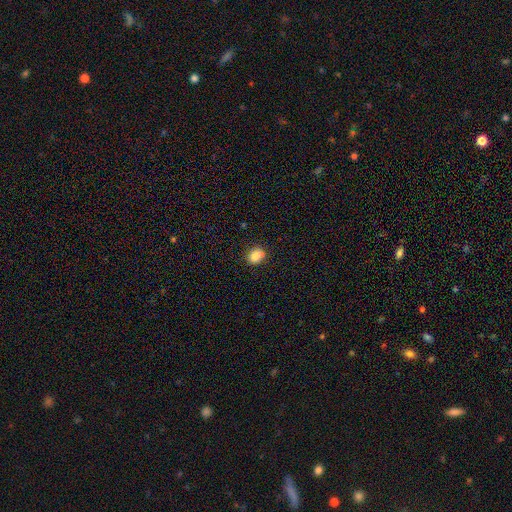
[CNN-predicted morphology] Q: Smooth or featured?
A: smooth (85%); runner-up: star or artifact (10%)
Q: How rounded?
A: round (52%); runner-up: in between (47%)
Q: Merging?
A: none (82%); runner-up: minor disturbance (14%)